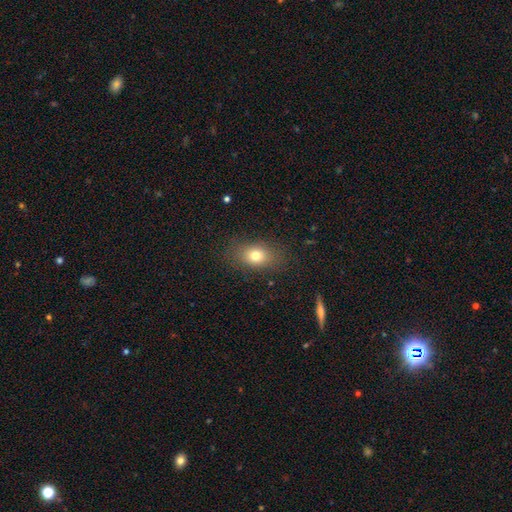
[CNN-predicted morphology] A smooth galaxy with no disk features (75%) that is in between round and cigar-shaped (70%).

Vote fractions:
- Smooth or featured? smooth: 75% / featured or disk: 13% / star or artifact: 12%
- How rounded? in between: 70% / round: 28% / cigar-shaped: 2%
- Merging? none: 81% / minor disturbance: 12% / major disturbance: 5% / merger: 1%